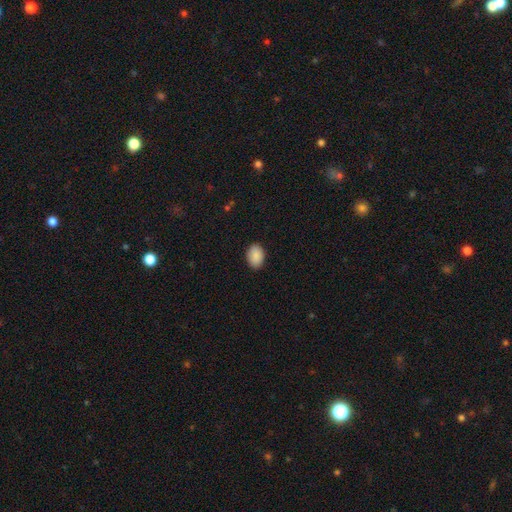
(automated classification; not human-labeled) Q: Smooth or featured?
A: smooth (90%); runner-up: star or artifact (7%)
Q: How rounded?
A: in between (85%); runner-up: round (14%)
Q: Merging?
A: none (88%); runner-up: minor disturbance (9%)